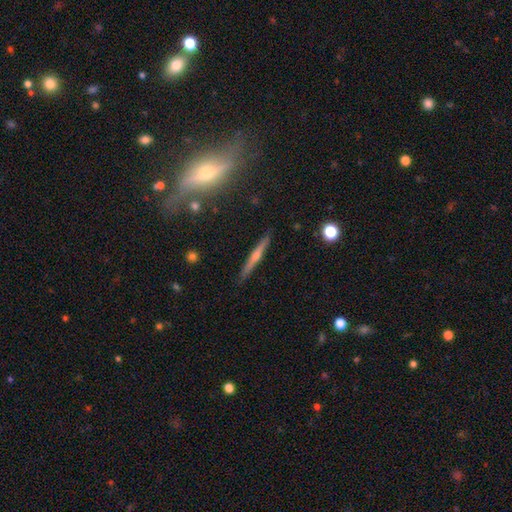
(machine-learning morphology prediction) smooth-or-featured: featured or disk: 67% | smooth: 25% | star or artifact: 8%
  disk-edge-on: yes: 97% | no: 3%
    edge-on-bulge: rounded: 76% | none: 18% | boxy: 6%
  merging: none: 89% | minor disturbance: 7% | merger: 2% | major disturbance: 2%